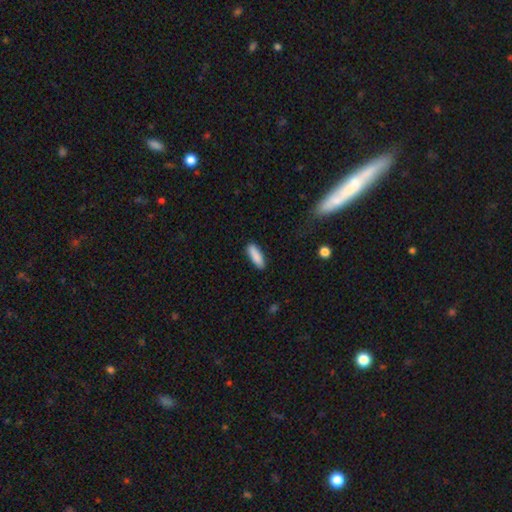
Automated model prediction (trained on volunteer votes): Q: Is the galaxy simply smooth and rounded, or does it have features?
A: smooth — 89%.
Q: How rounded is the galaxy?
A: in between — 51%.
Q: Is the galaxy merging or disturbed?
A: none — 87%.